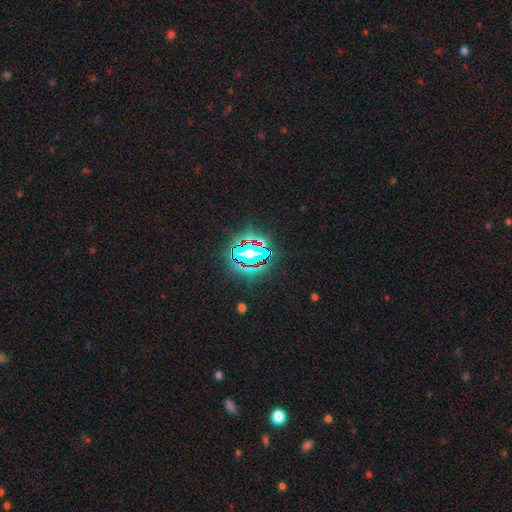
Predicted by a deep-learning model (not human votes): Smooth or featured? Predicted: star or artifact (p=0.81).